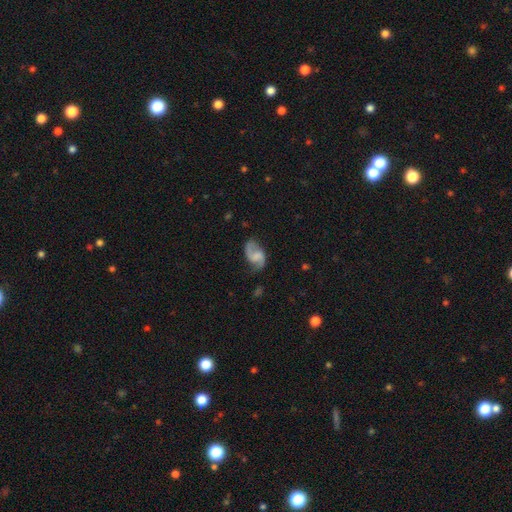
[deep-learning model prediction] Q: Smooth or featured?
A: featured or disk (74%); runner-up: smooth (18%)
Q: Edge-on disk?
A: no (97%); runner-up: yes (3%)
Q: Bar?
A: weak (47%); runner-up: no (39%)
Q: Spiral arms?
A: yes (93%); runner-up: no (7%)
Q: Spiral winding?
A: loose (51%); runner-up: medium (38%)
Q: Spiral arm count?
A: 2 (90%); runner-up: can't tell (4%)
Q: Bulge size?
A: none (50%); runner-up: small (23%)
Q: Merging?
A: none (68%); runner-up: minor disturbance (20%)